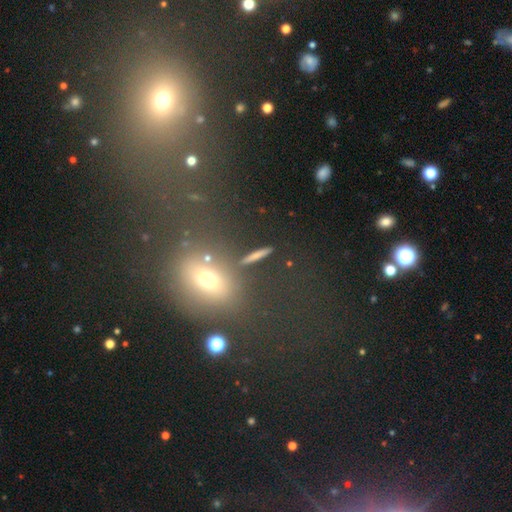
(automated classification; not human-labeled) smooth_or_featured: smooth (p=0.59) [alt: featured or disk p=0.23]
how_rounded: cigar-shaped (p=0.71) [alt: in between p=0.16]
merging: none (p=0.86) [alt: minor disturbance p=0.07]